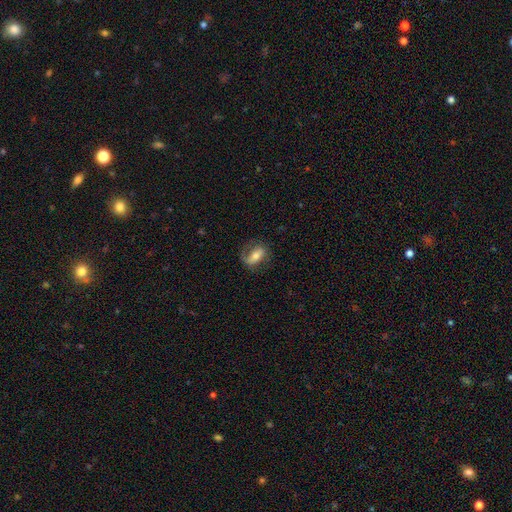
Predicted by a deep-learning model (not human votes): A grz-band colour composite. It shows a featured or disk galaxy (54%). Merging: none (61%).